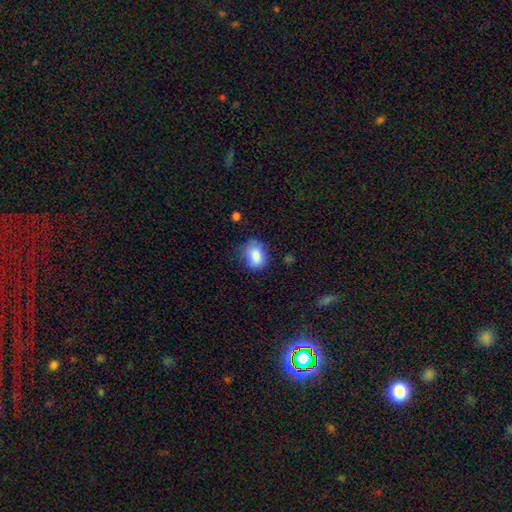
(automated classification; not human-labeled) Q: Smooth or featured?
A: smooth (85%); runner-up: star or artifact (8%)
Q: How rounded?
A: in between (68%); runner-up: round (31%)
Q: Merging?
A: none (69%); runner-up: minor disturbance (23%)